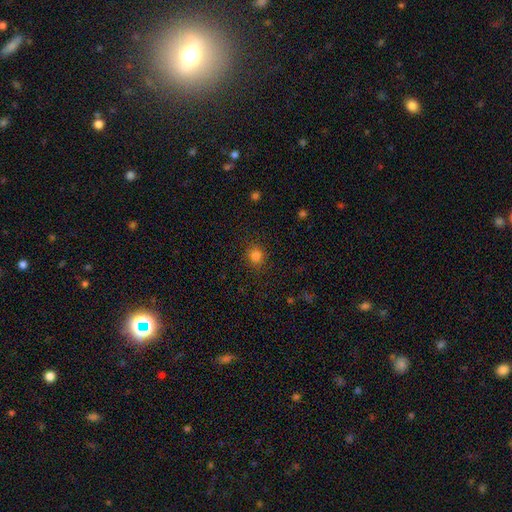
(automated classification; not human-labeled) Smooth or featured?
  - smooth: 82% *
  - star or artifact: 14%
  - featured or disk: 4%
How rounded?
  - round: 83% *
  - in between: 16%
  - cigar-shaped: 1%
Merging?
  - none: 87% *
  - minor disturbance: 8%
  - major disturbance: 3%
  - merger: 1%